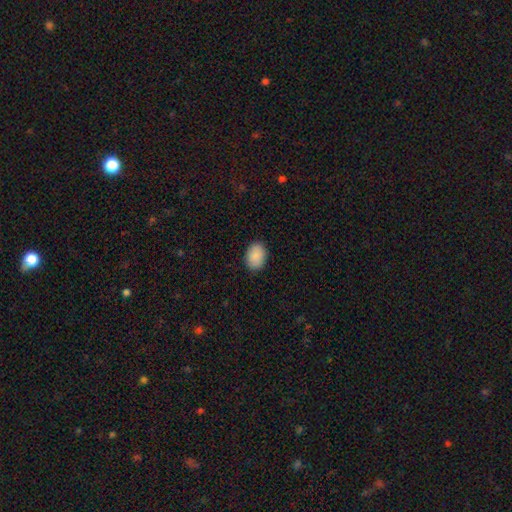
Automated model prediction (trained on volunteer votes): A smooth galaxy with no disk features (90%) that is in between round and cigar-shaped (78%).

Vote fractions:
- Smooth or featured? smooth: 90% / star or artifact: 7% / featured or disk: 3%
- How rounded? in between: 78% / round: 21% / cigar-shaped: 1%
- Merging? none: 89% / minor disturbance: 8% / major disturbance: 2% / merger: 1%